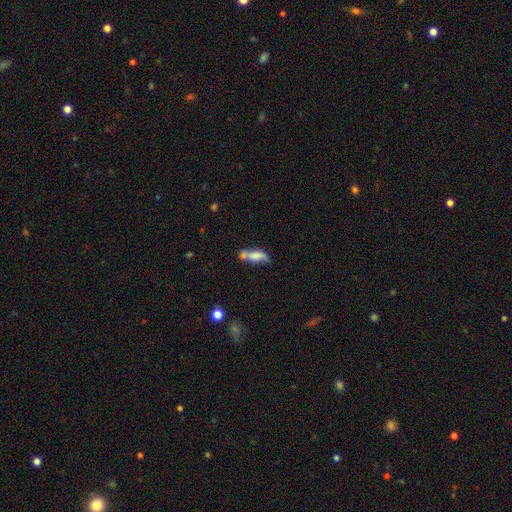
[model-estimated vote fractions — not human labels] This is likely a smooth galaxy (63%). How rounded: likely in between (62%). Merging: marginally merger (37%).